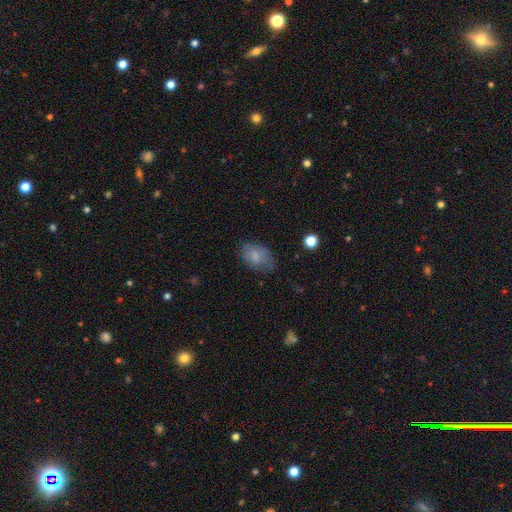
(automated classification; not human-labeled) Smooth or featured?
  - smooth: 74% *
  - featured or disk: 18%
  - star or artifact: 8%
How rounded?
  - in between: 85% *
  - round: 14%
  - cigar-shaped: 1%
Merging?
  - none: 66% *
  - minor disturbance: 24%
  - major disturbance: 8%
  - merger: 1%